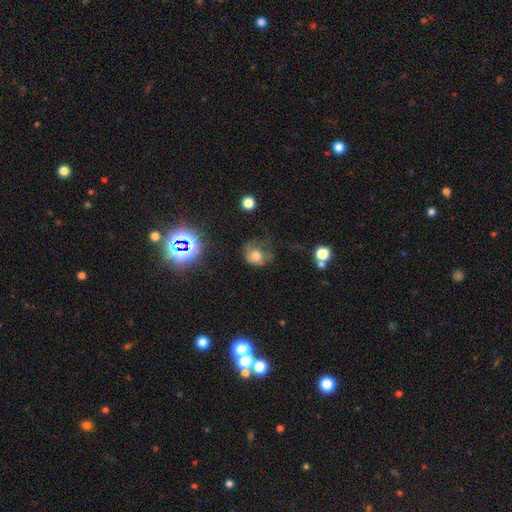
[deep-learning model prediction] Q: Smooth or featured?
A: smooth (58%); runner-up: featured or disk (24%)
Q: How rounded?
A: round (69%); runner-up: in between (30%)
Q: Merging?
A: none (35%); tied with: major disturbance (35%)